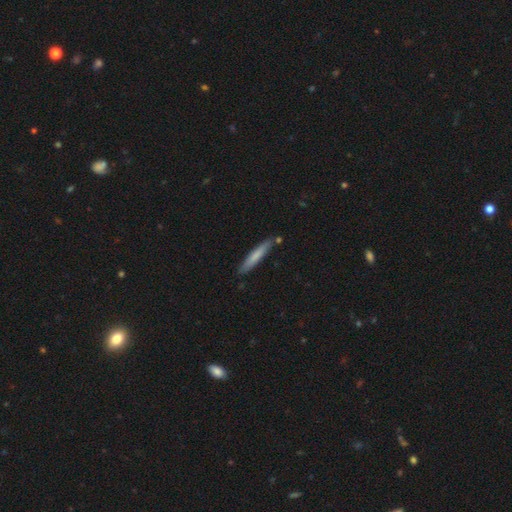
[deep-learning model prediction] Overall: smooth (71%). How rounded: cigar-shaped (93%). Merging: none (82%).